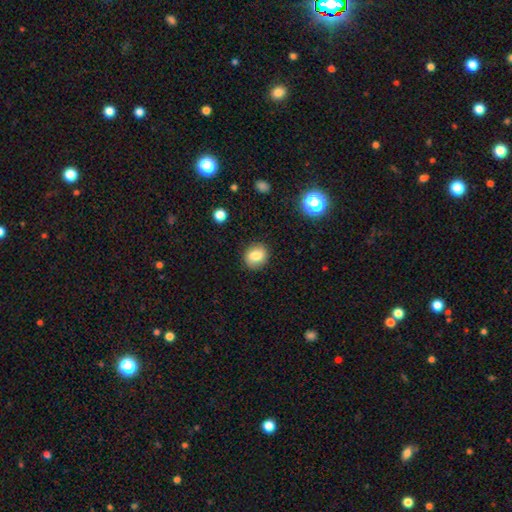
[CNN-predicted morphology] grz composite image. It shows a smooth galaxy with no disk features (78%) that is round (71%). Merging: none (88%).